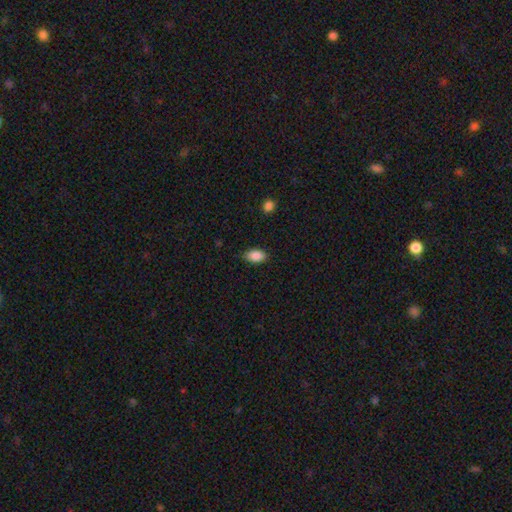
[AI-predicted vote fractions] The model was most divided on "merging": none: 83%, minor disturbance: 14%, major disturbance: 2%, merger: 1%. More confident: how rounded — in between (92%); smooth or featured — smooth (88%).